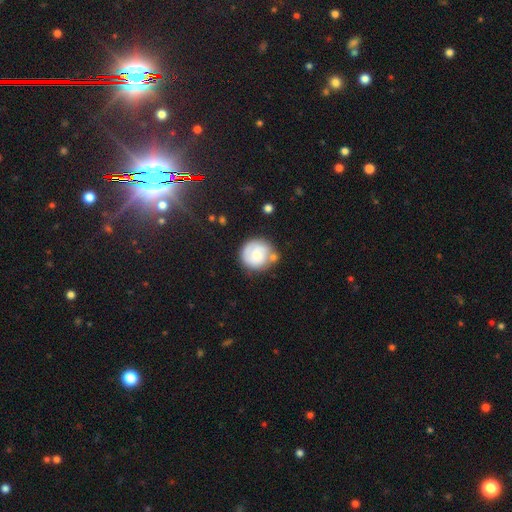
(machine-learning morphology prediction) A smooth galaxy with no disk features (61%) that is round (91%). Merging: none (63%).